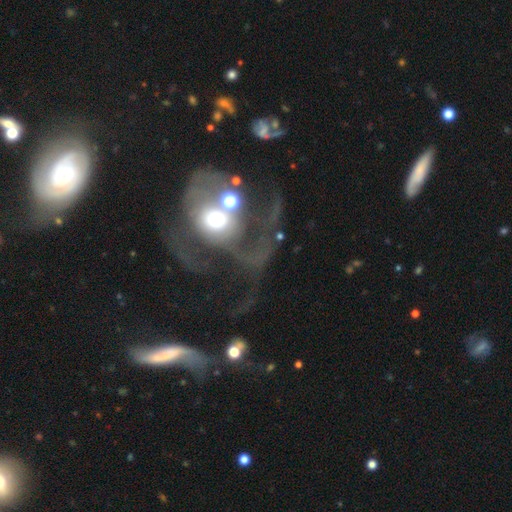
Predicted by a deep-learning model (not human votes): A featured or disk galaxy (60%) with no bar (73%), spiral arms (58%) and a moderate central bulge (57%).

Vote fractions:
- Smooth or featured? featured or disk: 60% / smooth: 26% / star or artifact: 14%
- Edge-on disk? no: 94% / yes: 6%
- Bar? no: 73% / weak: 19% / strong: 9%
- Spiral arms? yes: 58% / no: 42%
- Bulge size? moderate: 57% / large: 19% / small: 15% / none: 5% / dominant: 5%
- Merging? major disturbance: 41% / merger: 32% / none: 17% / minor disturbance: 10%